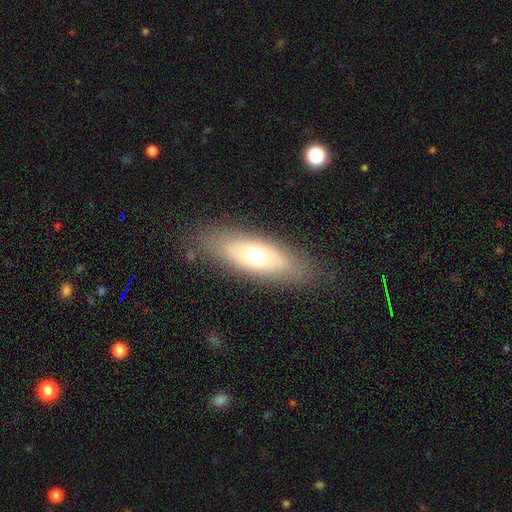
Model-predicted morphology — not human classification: This appears to be a smooth galaxy with no disk features (58%) that is in between round and cigar-shaped (70%). Merging: none (83%).